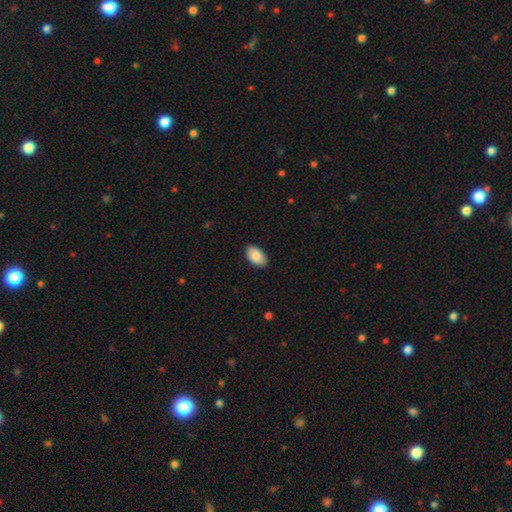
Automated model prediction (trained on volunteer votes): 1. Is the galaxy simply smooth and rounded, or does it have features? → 88% smooth, 6% star or artifact, 6% featured or disk.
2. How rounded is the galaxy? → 94% in between, 5% round, 1% cigar-shaped.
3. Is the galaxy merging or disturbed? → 87% none, 10% minor disturbance, 2% major disturbance, 1% merger.